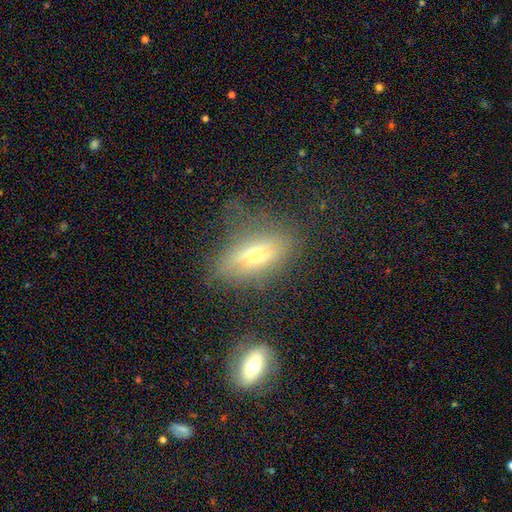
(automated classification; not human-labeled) Smooth or featured? Predicted: featured or disk (p=0.54). Edge-on disk? Predicted: yes (p=0.72). Merging? Predicted: none (p=0.63).